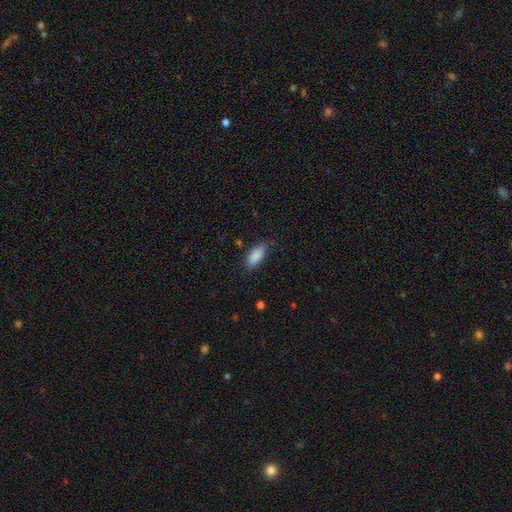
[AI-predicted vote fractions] smooth-or-featured: smooth: 89% | star or artifact: 7% | featured or disk: 5%
  how-rounded: in between: 85% | cigar-shaped: 12% | round: 2%
  merging: none: 83% | minor disturbance: 13% | major disturbance: 3% | merger: 1%